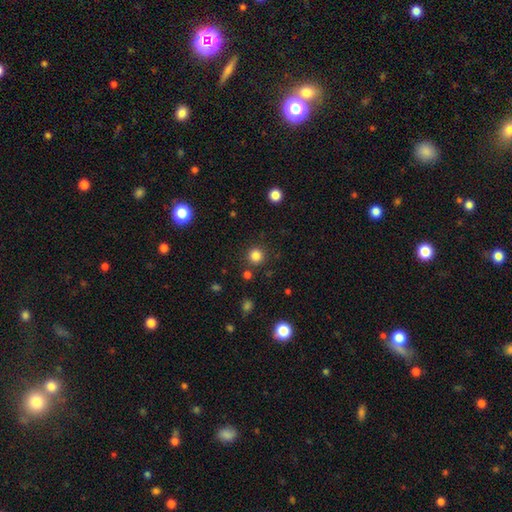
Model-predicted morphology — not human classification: Overall: smooth (82%). How rounded: round (94%). Merging: none (88%).